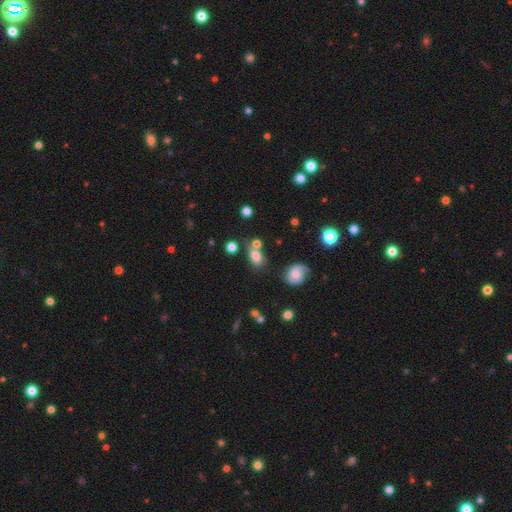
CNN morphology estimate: smooth-or-featured: smooth: 75% | star or artifact: 13% | featured or disk: 12%
  how-rounded: in between: 76% | round: 21% | cigar-shaped: 3%
  merging: none: 52% | merger: 24% | minor disturbance: 16% | major disturbance: 7%